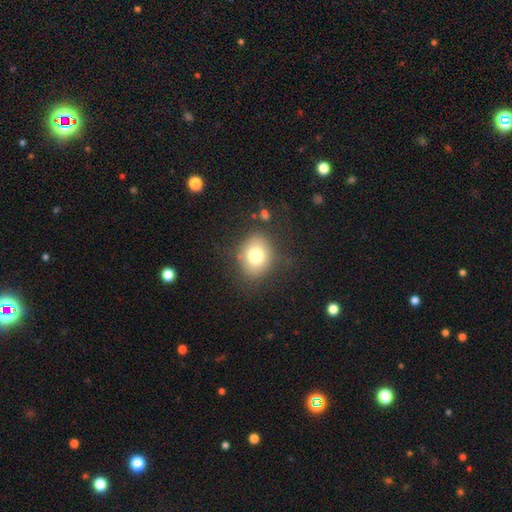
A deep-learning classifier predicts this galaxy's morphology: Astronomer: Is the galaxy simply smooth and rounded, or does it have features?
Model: smooth — 75%.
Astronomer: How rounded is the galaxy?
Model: round — 58% (runner-up: in between, 41%).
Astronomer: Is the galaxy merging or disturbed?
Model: none — 78%.